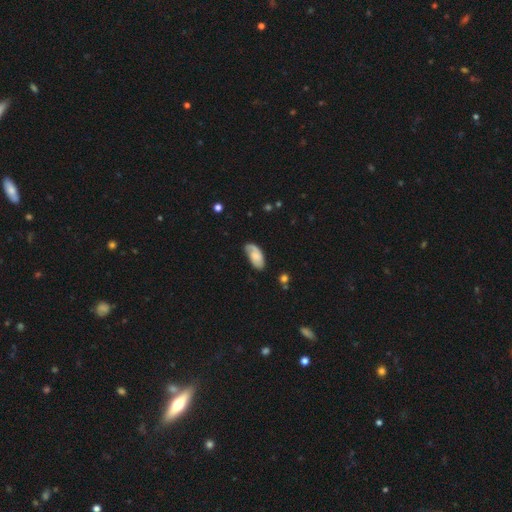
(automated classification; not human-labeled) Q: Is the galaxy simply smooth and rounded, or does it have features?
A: smooth — 50%.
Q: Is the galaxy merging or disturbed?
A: none — 61%.